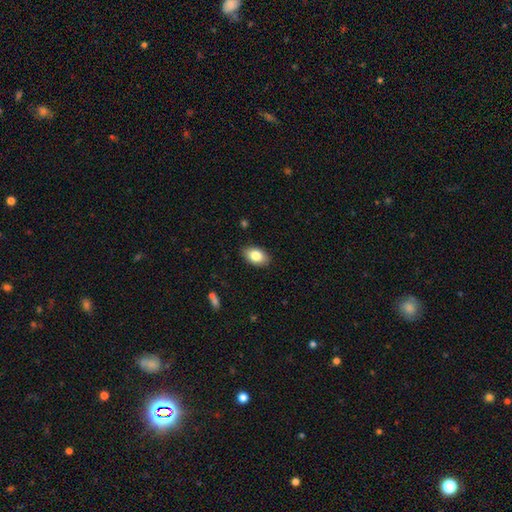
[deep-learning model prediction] smooth_or_featured: smooth (p=0.83) [alt: featured or disk p=0.10]
how_rounded: in between (p=0.90) [alt: round p=0.09]
merging: none (p=0.88) [alt: minor disturbance p=0.09]